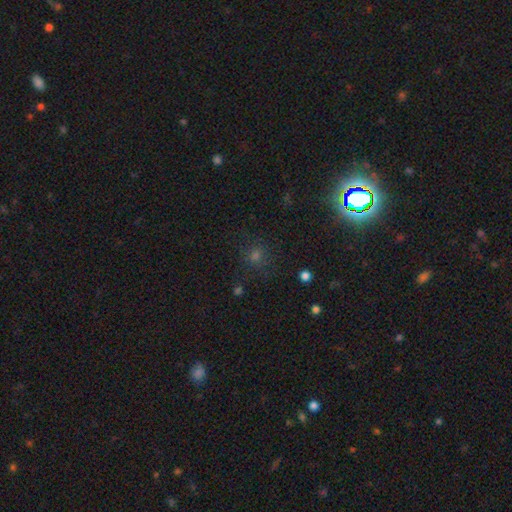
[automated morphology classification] Smooth or featured? star or artifact (48%)